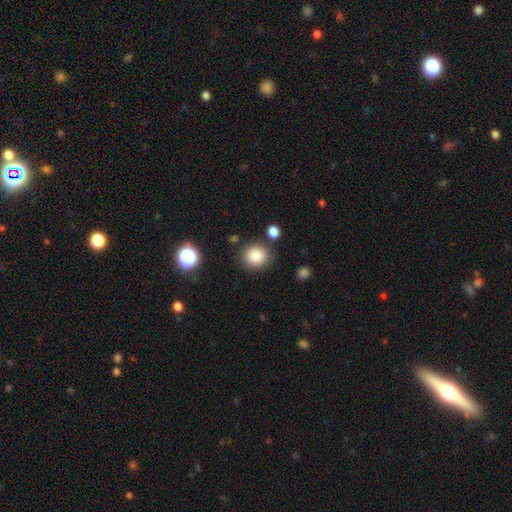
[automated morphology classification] A smooth galaxy with no disk features (85%) that is round (87%). Merging: none (84%).